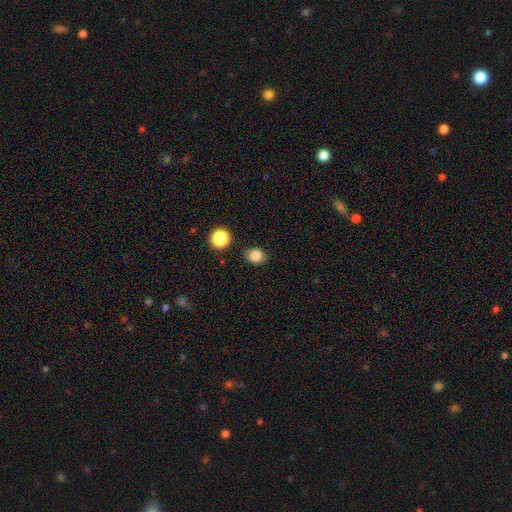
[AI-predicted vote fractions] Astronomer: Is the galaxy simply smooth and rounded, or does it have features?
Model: smooth — 83%.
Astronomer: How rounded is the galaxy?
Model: round — 53% (runner-up: in between, 46%).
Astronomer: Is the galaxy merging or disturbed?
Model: none — 86%.